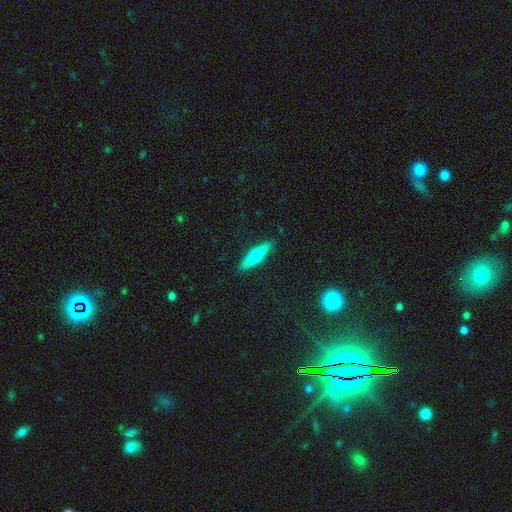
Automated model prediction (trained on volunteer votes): Smooth or featured? smooth (50%)
How rounded? cigar-shaped (74%)
Merging? none (90%)